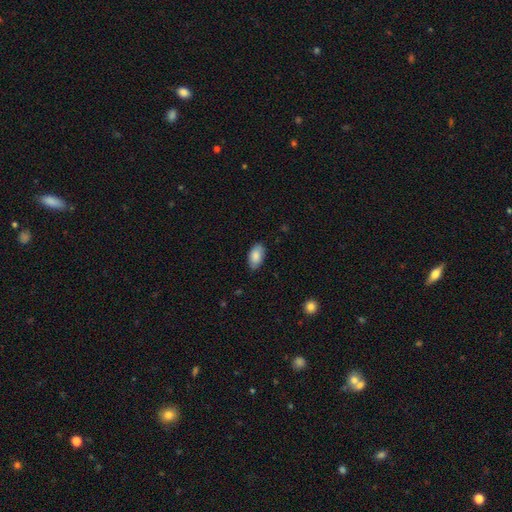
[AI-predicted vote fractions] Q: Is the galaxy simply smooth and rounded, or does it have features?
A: smooth — 86%.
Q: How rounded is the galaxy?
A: in between — 95%.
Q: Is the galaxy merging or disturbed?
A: none — 83%.